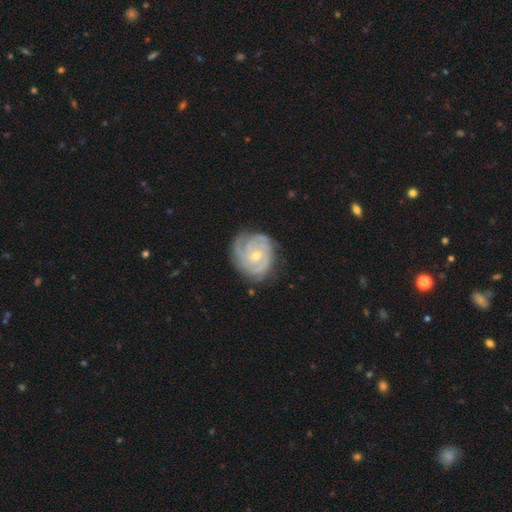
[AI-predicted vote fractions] Morphology: type=featured or disk (88%); edge-on=no (98%); bar=no (67%); spiral arms=yes (97%); winding=tight (72%); arm count=3 (42%); bulge=small (55%); merging=none (75%).